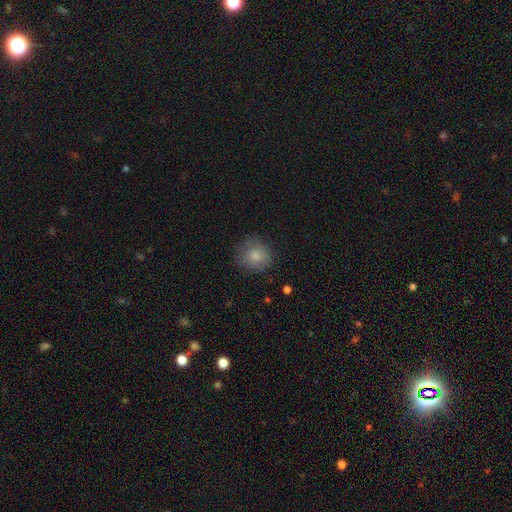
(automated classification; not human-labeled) Q: Smooth or featured?
A: smooth (81%); runner-up: featured or disk (10%)
Q: How rounded?
A: round (86%); runner-up: in between (13%)
Q: Merging?
A: none (75%); runner-up: minor disturbance (18%)